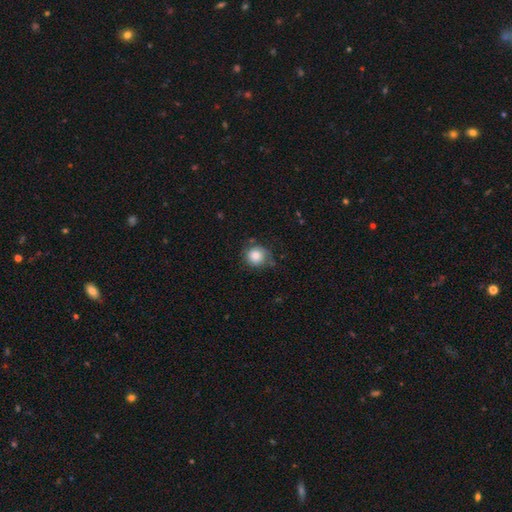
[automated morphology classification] Smooth or featured? smooth (84%)
How rounded? round (87%)
Merging? none (66%)